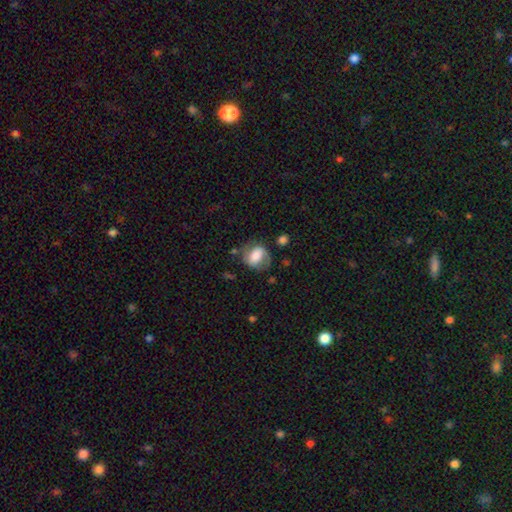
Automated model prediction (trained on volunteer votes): Smooth or featured? smooth (55%)
How rounded? in between (51%)
Merging? none (61%)